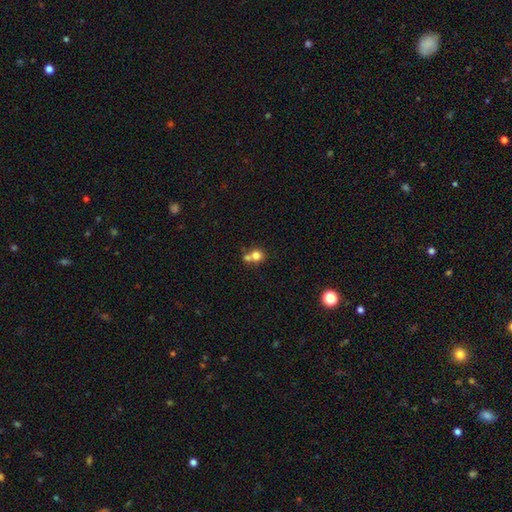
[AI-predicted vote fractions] This appears to be a smooth galaxy with no disk features (77%) that is round (82%). Merging: merger (53%).